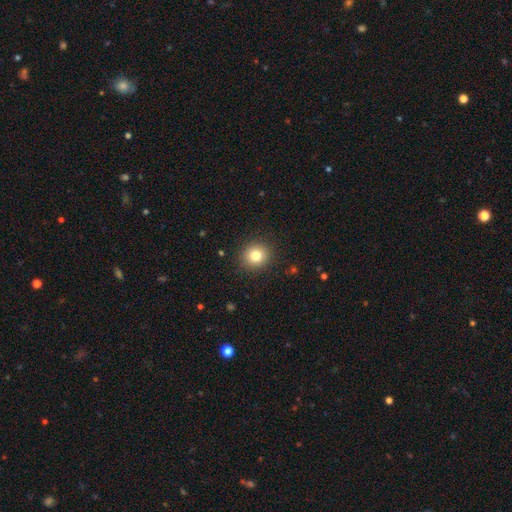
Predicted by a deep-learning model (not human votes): Smooth or featured? Predicted: smooth (p=0.81). How rounded? Predicted: round (p=0.85). Merging? Predicted: none (p=0.90).